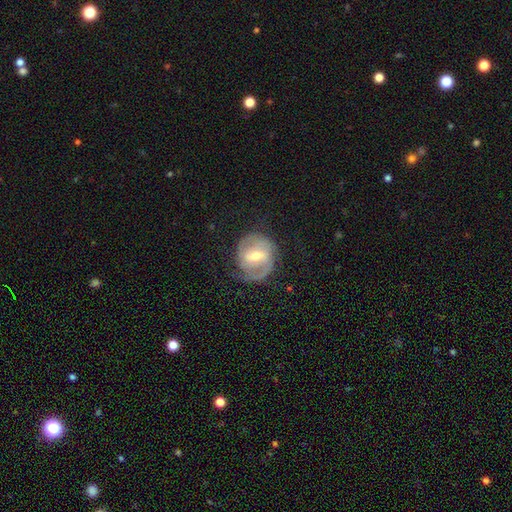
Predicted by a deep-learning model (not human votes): Morphology: type=featured or disk (79%); edge-on=no (97%); bar=weak (52%); spiral arms=yes (90%); winding=tight (42%); arm count=2 (68%); bulge=moderate (64%); merging=none (65%).